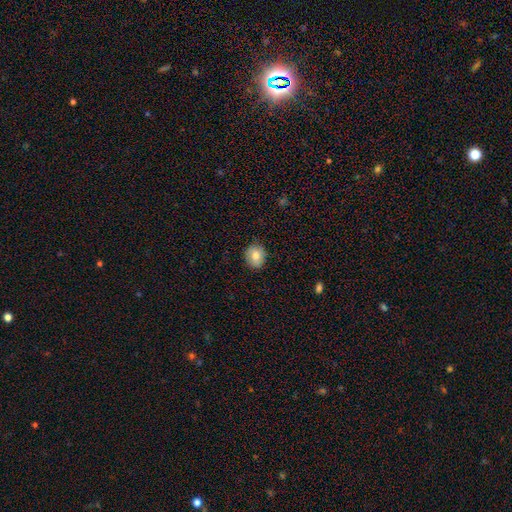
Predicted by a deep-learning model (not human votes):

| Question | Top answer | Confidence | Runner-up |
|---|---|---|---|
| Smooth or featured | smooth | 78% | featured or disk (14%) |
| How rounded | round | 76% | in between (24%) |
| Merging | none | 86% | minor disturbance (11%) |